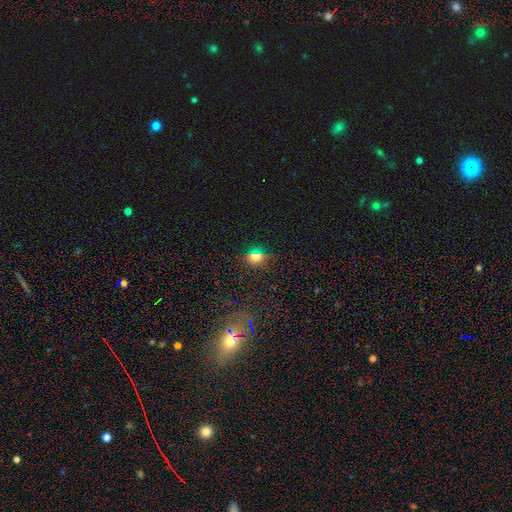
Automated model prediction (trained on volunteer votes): Smooth or featured: smooth — 65% (star or artifact — 28%)
How rounded: round — 69% (in between — 28%)
Merging: none — 85% (minor disturbance — 10%)